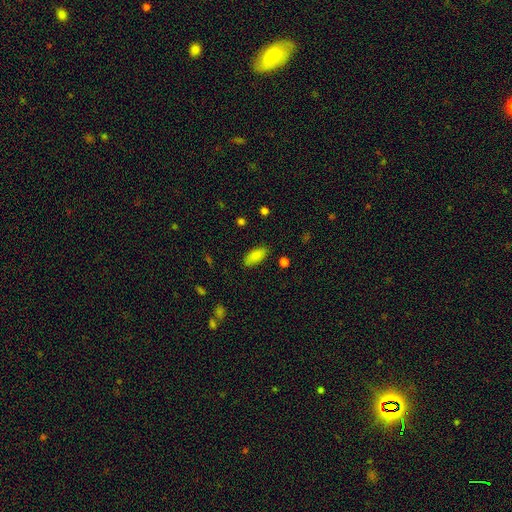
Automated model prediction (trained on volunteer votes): The model was most divided on "merging": none: 84%, minor disturbance: 12%, major disturbance: 3%, merger: 1%. More confident: how rounded — in between (86%); smooth or featured — smooth (86%).